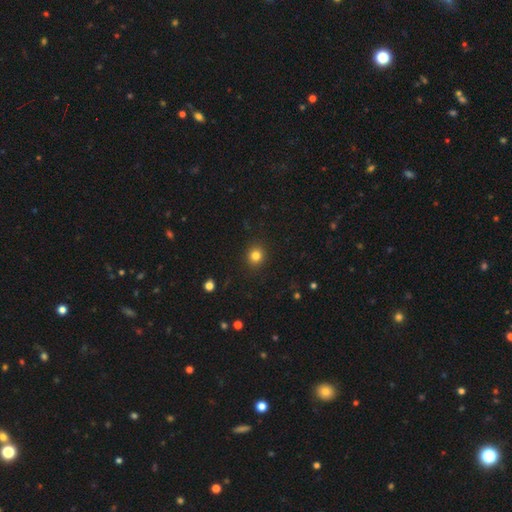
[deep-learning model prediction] smooth 82%, star or artifact 13%, featured or disk 5%. Down the decision tree: how rounded — round (87%); merging — none (91%).